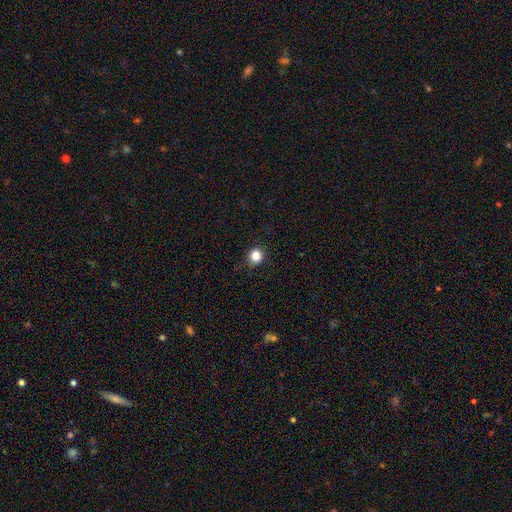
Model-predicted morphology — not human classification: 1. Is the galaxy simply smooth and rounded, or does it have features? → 84% smooth, 11% star or artifact, 5% featured or disk.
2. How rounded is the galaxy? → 88% round, 11% in between, 1% cigar-shaped.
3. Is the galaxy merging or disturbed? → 86% none, 10% minor disturbance, 3% major disturbance, 1% merger.